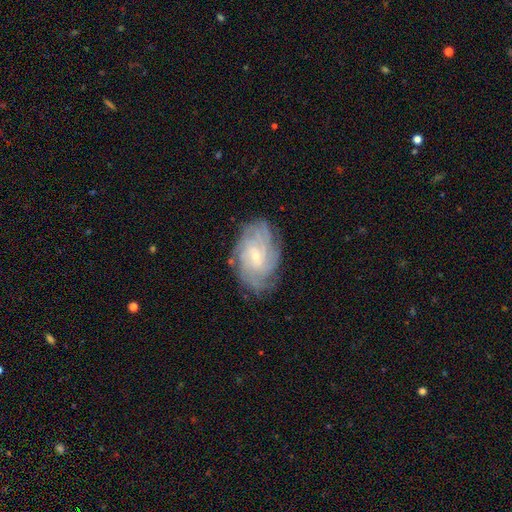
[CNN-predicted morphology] This is likely a featured or disk galaxy (79%). It is clearly not viewed edge-on (96%). Bar: possibly no (54%). Spiral arm pattern: clearly yes (94%). Spiral arm count: marginally can't tell (38%). Spiral winding: likely tight (69%). Central bulge: likely small (72%). Merging: likely none (80%).